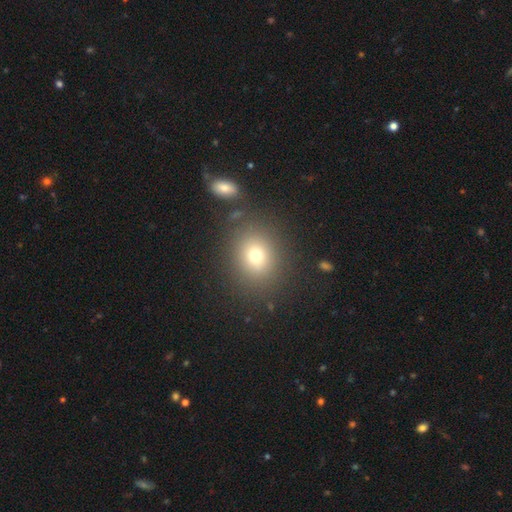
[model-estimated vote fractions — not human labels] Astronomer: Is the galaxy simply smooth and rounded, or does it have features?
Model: smooth — 73%.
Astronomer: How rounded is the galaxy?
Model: round — 68%.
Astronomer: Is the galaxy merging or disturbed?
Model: none — 83%.